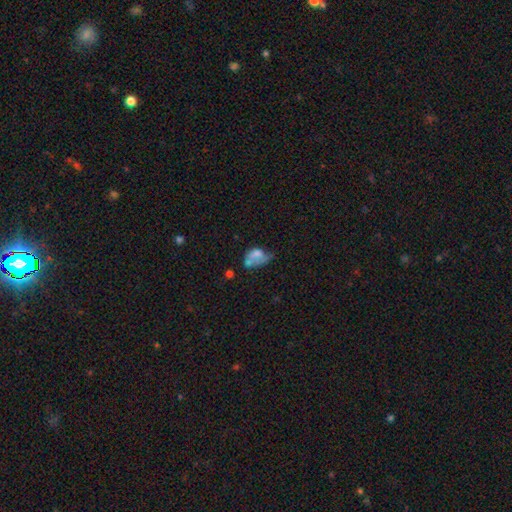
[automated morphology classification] Overall: smooth (53%; featured or disk 36%). How rounded: in between (80%). Merging: major disturbance (34%; merger 25%).